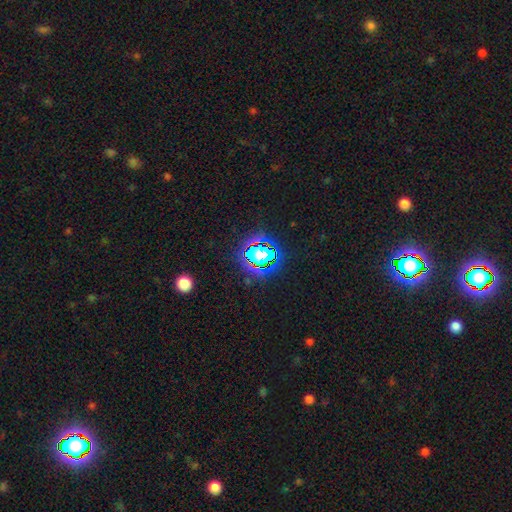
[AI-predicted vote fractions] Smooth or featured? Predicted: star or artifact (p=0.79).